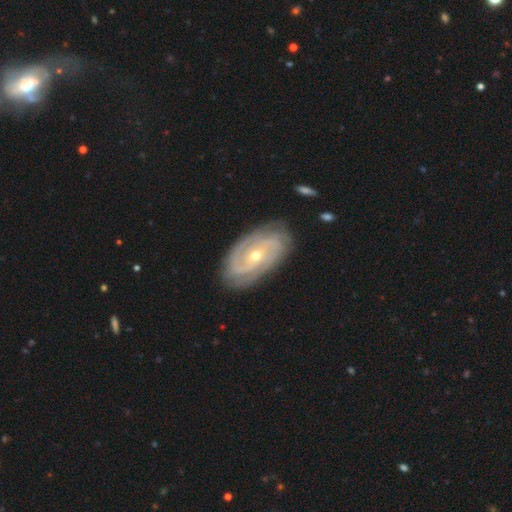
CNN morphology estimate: This is clearly a featured or disk galaxy (86%). It is clearly not viewed edge-on (95%). Bar: possibly no (59%). Spiral arm pattern: clearly yes (95%). Spiral arm count: marginally 2 (45%). Spiral winding: likely tight (64%). Central bulge: possibly small (56%). Merging: clearly none (80%).